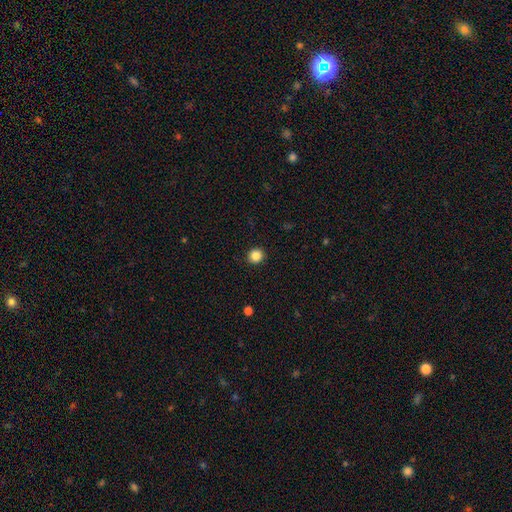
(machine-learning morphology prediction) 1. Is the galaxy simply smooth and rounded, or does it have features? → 86% smooth, 10% star or artifact, 4% featured or disk.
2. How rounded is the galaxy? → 89% round, 10% in between, 1% cigar-shaped.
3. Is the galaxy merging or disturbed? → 92% none, 5% minor disturbance, 2% major disturbance, 1% merger.